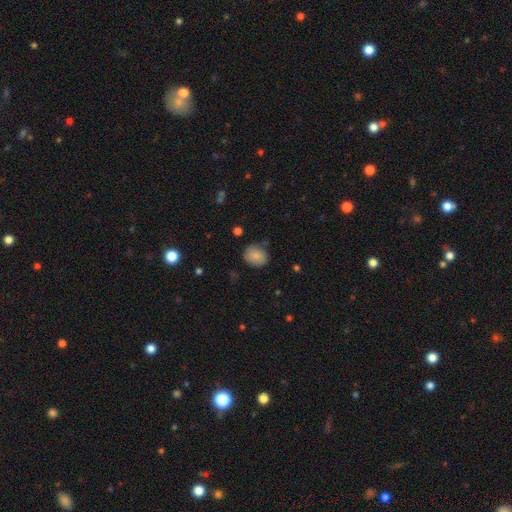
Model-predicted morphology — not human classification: Smooth or featured? Predicted: smooth (p=0.83). How rounded? Predicted: round (p=0.65). Merging? Predicted: none (p=0.75).